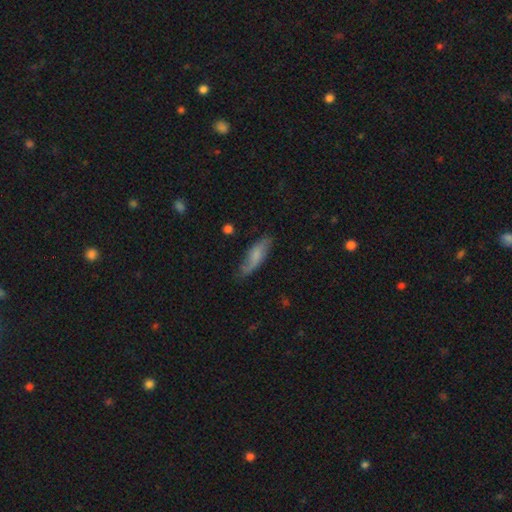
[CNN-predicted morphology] type=smooth (61%); roundness=cigar-shaped (49%); merging=none (70%).